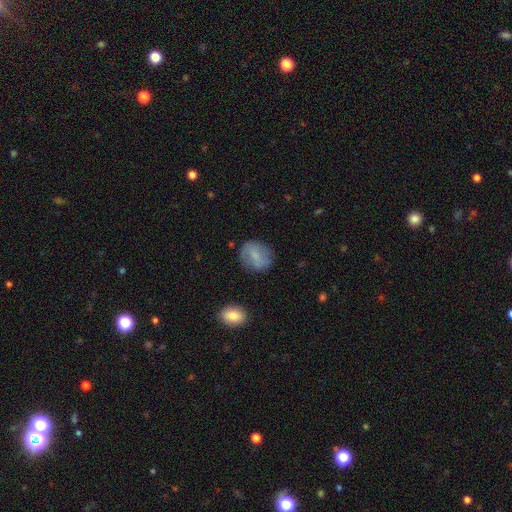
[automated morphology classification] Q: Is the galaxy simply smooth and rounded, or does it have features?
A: smooth — 67%.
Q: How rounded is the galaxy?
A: round — 61%.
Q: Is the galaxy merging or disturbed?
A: none — 75%.